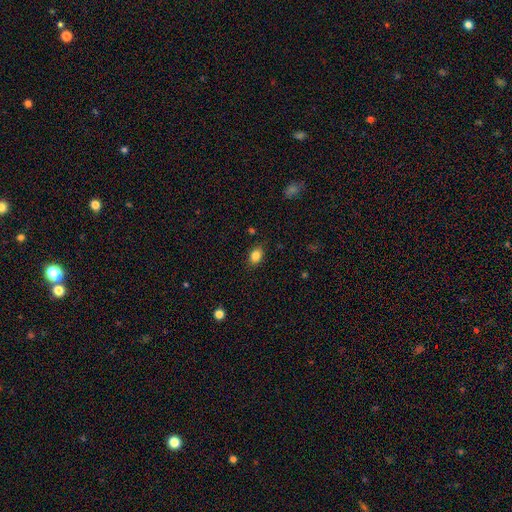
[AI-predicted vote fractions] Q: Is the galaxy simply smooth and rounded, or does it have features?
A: smooth — 84%.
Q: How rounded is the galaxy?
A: in between — 73%.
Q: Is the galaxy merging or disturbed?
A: none — 84%.